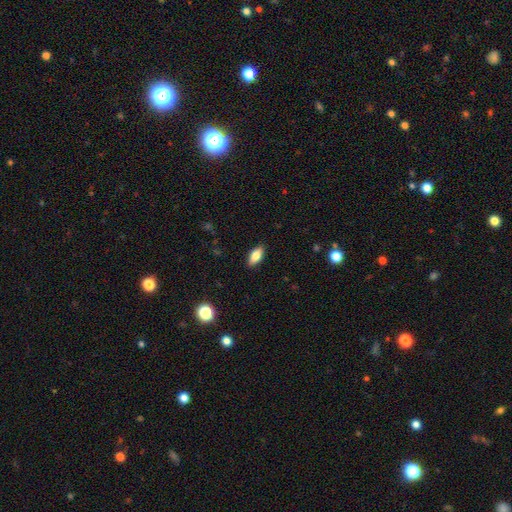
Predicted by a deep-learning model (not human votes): Overall: smooth (76%). How rounded: in between (83%). Merging: none (89%).